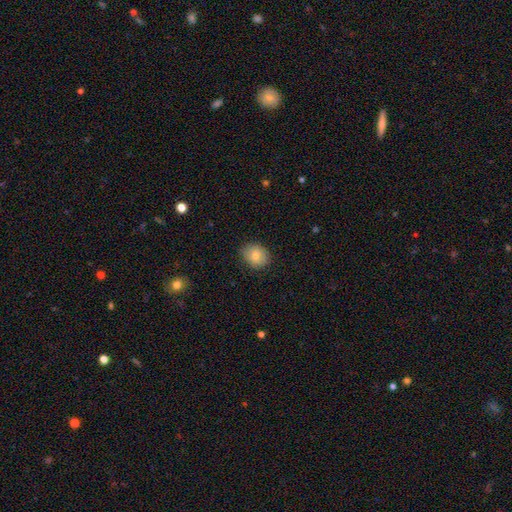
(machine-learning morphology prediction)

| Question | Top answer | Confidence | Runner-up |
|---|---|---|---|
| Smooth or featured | smooth | 80% | featured or disk (11%) |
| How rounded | round | 55% | in between (44%) |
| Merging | none | 84% | minor disturbance (12%) |